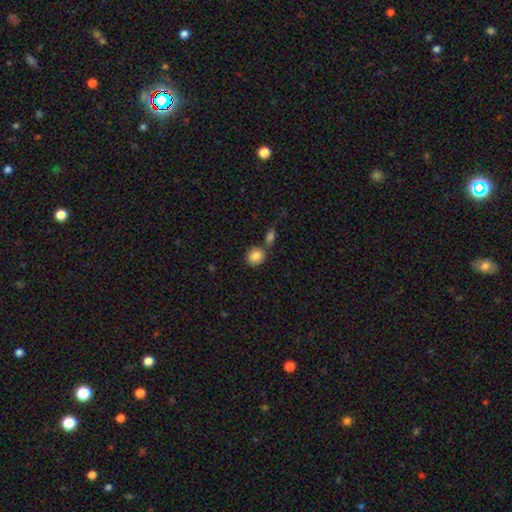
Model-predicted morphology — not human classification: Smooth or featured?
  - smooth: 85% *
  - star or artifact: 8%
  - featured or disk: 7%
How rounded?
  - round: 79% *
  - in between: 20%
  - cigar-shaped: 1%
Merging?
  - none: 67% *
  - merger: 19%
  - minor disturbance: 10%
  - major disturbance: 3%